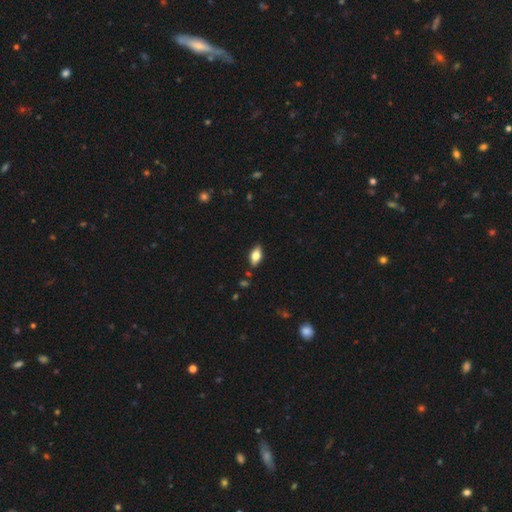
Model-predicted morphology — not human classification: Q: Smooth or featured?
A: smooth (65%); runner-up: featured or disk (28%)
Q: How rounded?
A: in between (87%); runner-up: cigar-shaped (10%)
Q: Merging?
A: none (84%); runner-up: minor disturbance (12%)